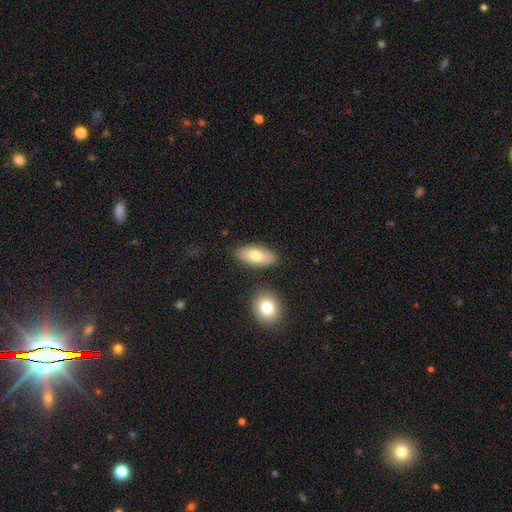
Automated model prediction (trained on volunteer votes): A smooth galaxy with no disk features (75%) that is in between round and cigar-shaped (86%).

Vote fractions:
- Smooth or featured? smooth: 75% / featured or disk: 19% / star or artifact: 7%
- How rounded? in between: 86% / cigar-shaped: 10% / round: 3%
- Merging? none: 81% / minor disturbance: 11% / merger: 6% / major disturbance: 3%